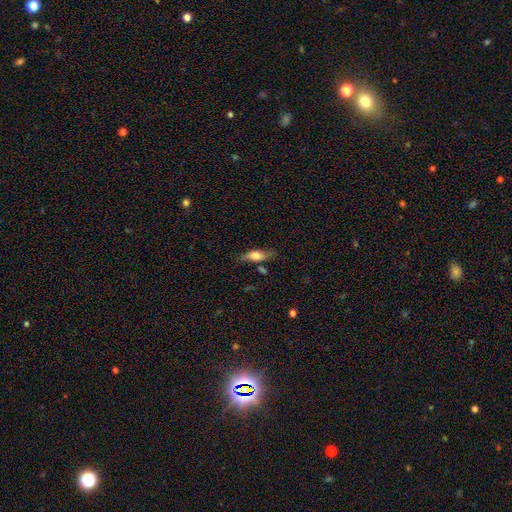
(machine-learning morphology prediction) smooth 67%, featured or disk 25%, star or artifact 8%. Down the decision tree: how rounded — in between (66%); merging — none (64%).